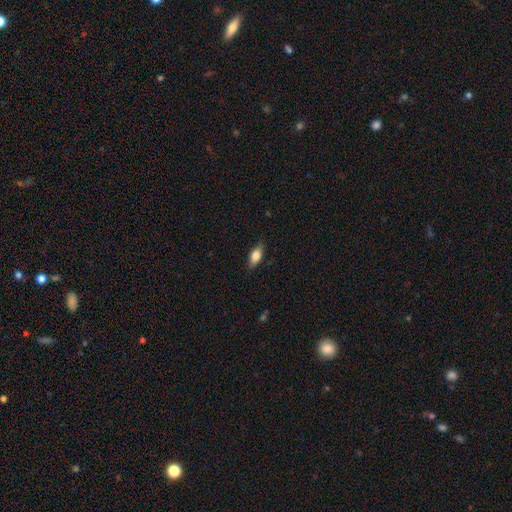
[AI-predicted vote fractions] Smooth or featured? Predicted: smooth (p=0.79). How rounded? Predicted: in between (p=0.82). Merging? Predicted: none (p=0.82).